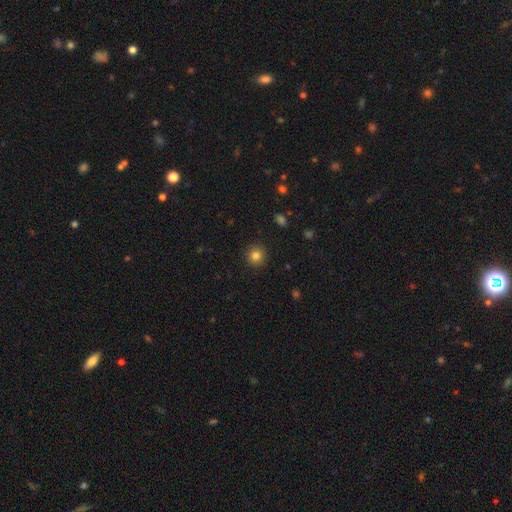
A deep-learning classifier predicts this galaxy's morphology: Overall: smooth (82%). How rounded: round (94%). Merging: none (92%).